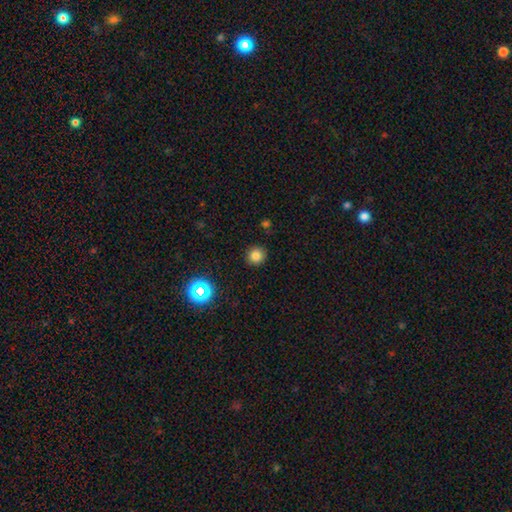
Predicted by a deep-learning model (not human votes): smooth 80%, star or artifact 15%, featured or disk 5%. Down the decision tree: how rounded — round (92%); merging — none (90%).